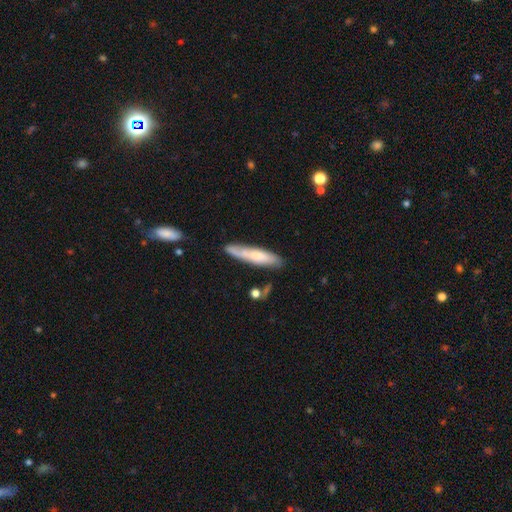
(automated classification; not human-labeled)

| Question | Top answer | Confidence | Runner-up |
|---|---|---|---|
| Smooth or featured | smooth | 59% | featured or disk (35%) |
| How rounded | cigar-shaped | 81% | in between (18%) |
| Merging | none | 67% | minor disturbance (22%) |